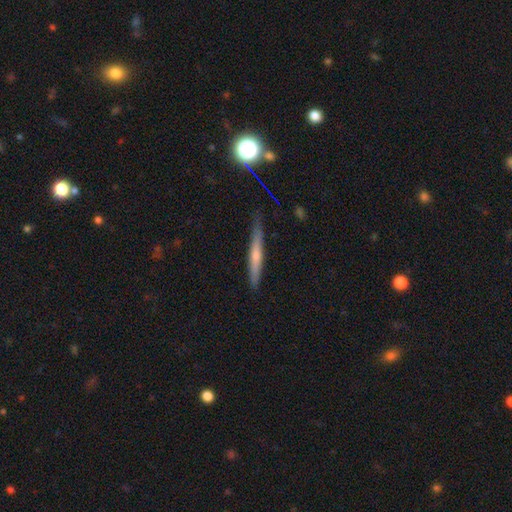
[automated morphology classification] smooth-or-featured: featured or disk: 64% | smooth: 27% | star or artifact: 9%
  disk-edge-on: yes: 96% | no: 4%
    edge-on-bulge: rounded: 67% | none: 27% | boxy: 6%
  merging: none: 85% | minor disturbance: 11% | major disturbance: 2% | merger: 2%